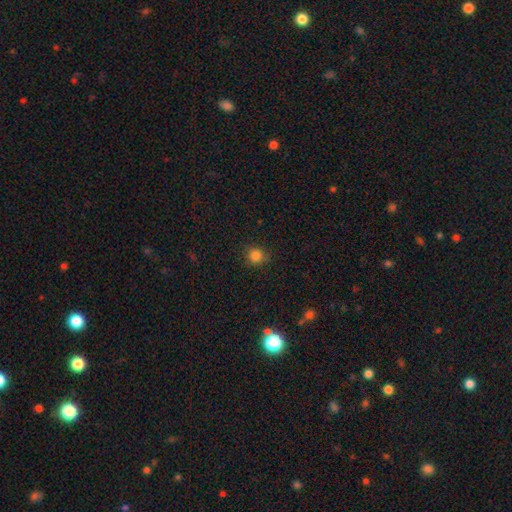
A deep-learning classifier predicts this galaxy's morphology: Q: Smooth or featured?
A: smooth (83%); runner-up: star or artifact (13%)
Q: How rounded?
A: round (88%); runner-up: in between (11%)
Q: Merging?
A: none (84%); runner-up: minor disturbance (12%)